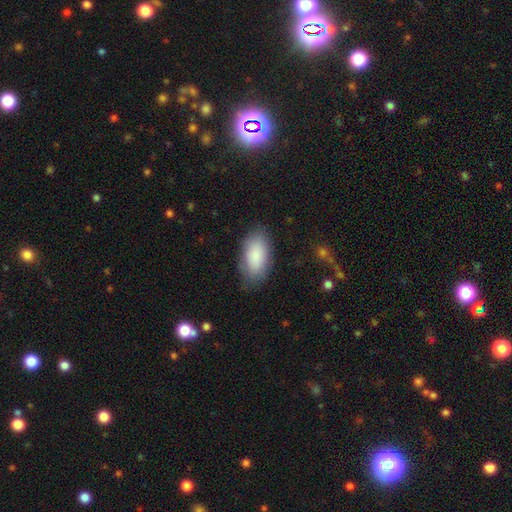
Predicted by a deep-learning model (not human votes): Smooth or featured? smooth (87%)
How rounded? in between (94%)
Merging? none (81%)